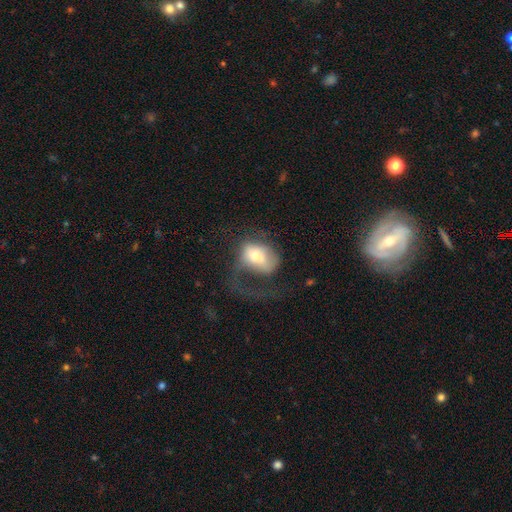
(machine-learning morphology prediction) smooth-or-featured: smooth: 54% | featured or disk: 38% | star or artifact: 8%
  how-rounded: in between: 73% | round: 25% | cigar-shaped: 2%
  merging: major disturbance: 58% | none: 23% | minor disturbance: 16% | merger: 3%